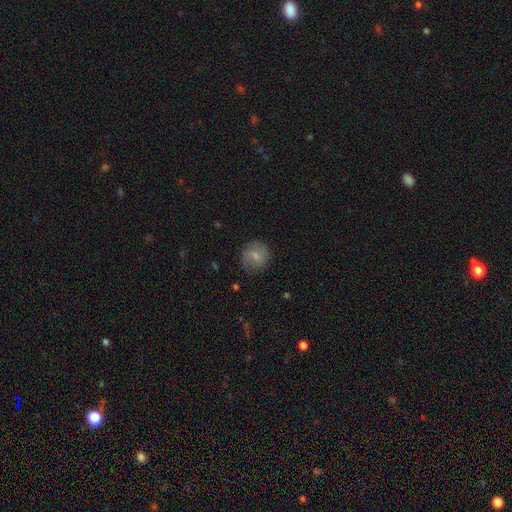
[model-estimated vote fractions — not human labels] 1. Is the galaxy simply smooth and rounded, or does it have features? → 70% smooth, 22% featured or disk, 8% star or artifact.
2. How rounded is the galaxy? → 87% round, 12% in between, 1% cigar-shaped.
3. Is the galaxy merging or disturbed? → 79% none, 15% minor disturbance, 4% major disturbance, 1% merger.